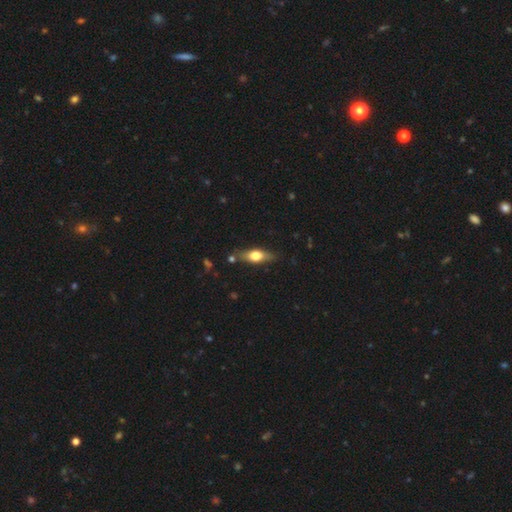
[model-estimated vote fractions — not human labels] Overall: smooth (54%; featured or disk 39%). How rounded: in between (57%; cigar-shaped 38%). Merging: none (79%).